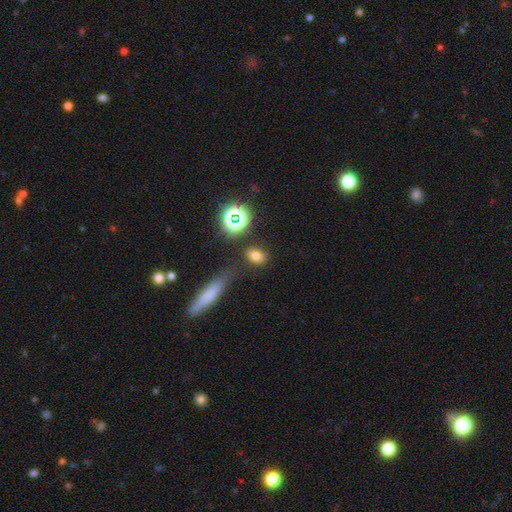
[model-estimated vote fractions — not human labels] Smooth or featured?
  - smooth: 72% *
  - star or artifact: 19%
  - featured or disk: 9%
How rounded?
  - in between: 71% *
  - round: 25%
  - cigar-shaped: 4%
Merging?
  - none: 80% *
  - minor disturbance: 11%
  - merger: 6%
  - major disturbance: 4%